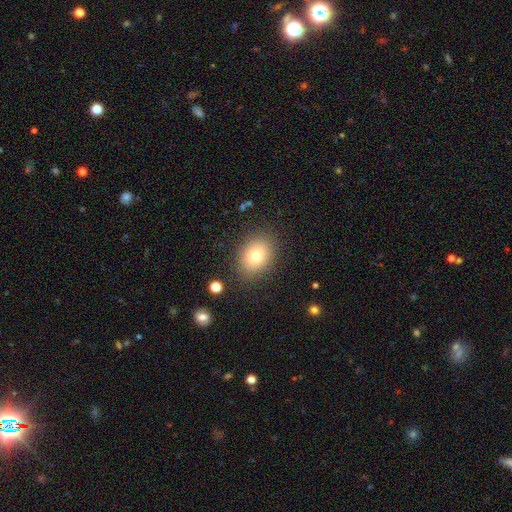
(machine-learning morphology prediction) This appears to be a smooth galaxy with no disk features (77%) that is in between round and cigar-shaped (61%). Merging: none (85%).